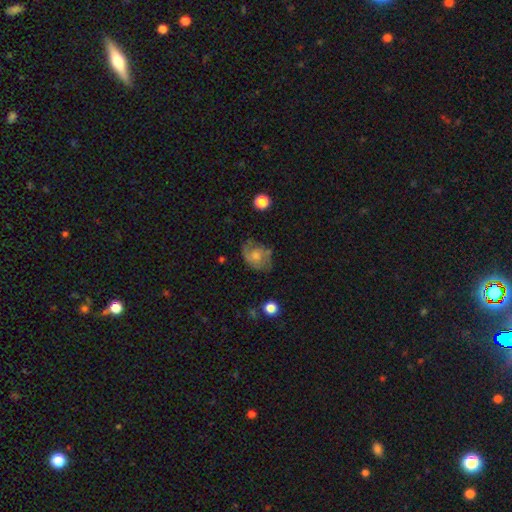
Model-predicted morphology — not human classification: This appears to be a featured or disk galaxy (53%) with no bar (73%), spiral arms (77%) and a moderate central bulge (50%). Merging: none (64%).